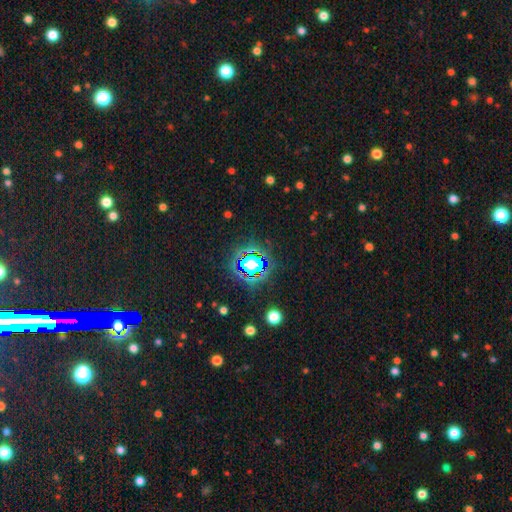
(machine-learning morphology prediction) Smooth or featured: star or artifact — 83% (smooth — 10%)